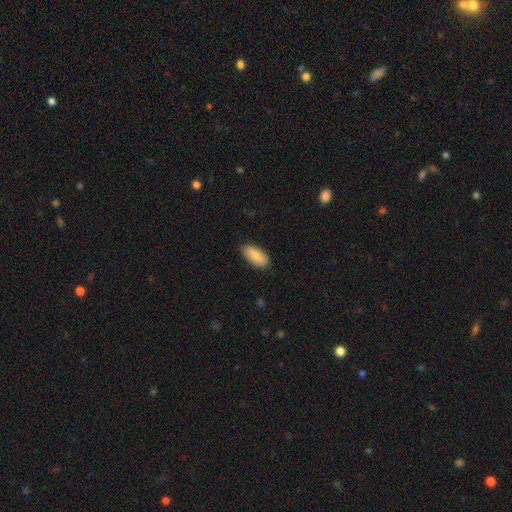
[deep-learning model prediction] Smooth or featured?
  - smooth: 86% *
  - featured or disk: 8%
  - star or artifact: 6%
How rounded?
  - in between: 90% *
  - cigar-shaped: 8%
  - round: 2%
Merging?
  - none: 85% *
  - minor disturbance: 12%
  - major disturbance: 2%
  - merger: 1%